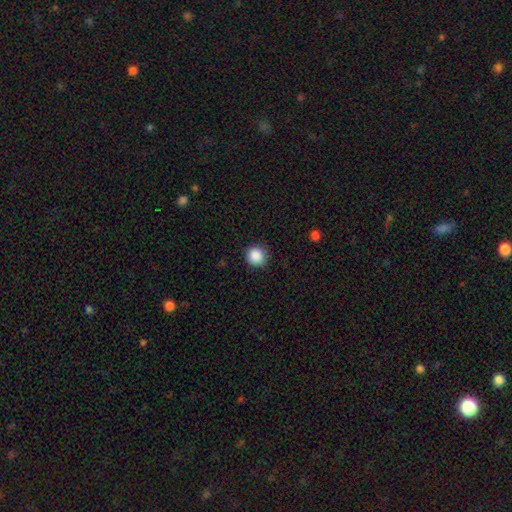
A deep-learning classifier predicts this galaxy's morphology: Smooth or featured? Predicted: smooth (p=0.88). How rounded? Predicted: round (p=0.93). Merging? Predicted: none (p=0.88).